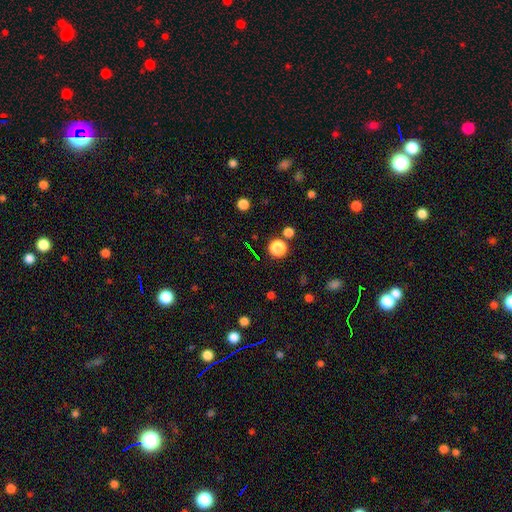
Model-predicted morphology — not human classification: Overall: smooth (47%; star or artifact 45%). Merging: none (86%).